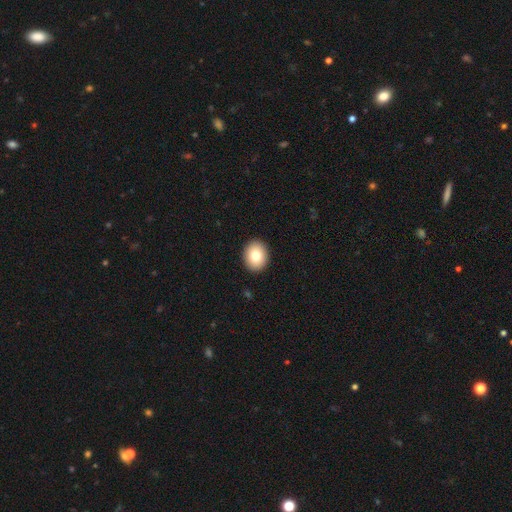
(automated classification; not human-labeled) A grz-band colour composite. It shows a smooth galaxy with no disk features (80%) that is round (58%). Merging: none (92%).